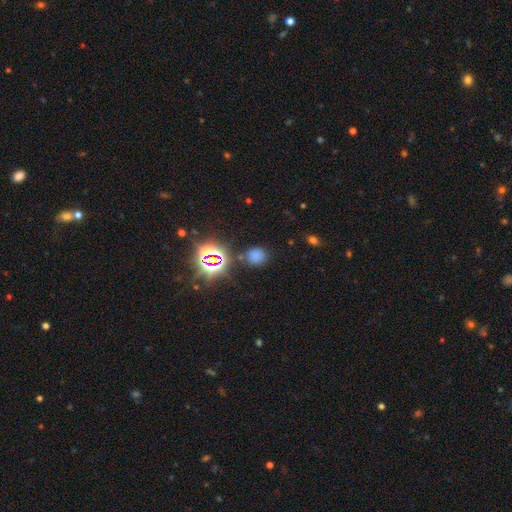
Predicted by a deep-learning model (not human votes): Smooth or featured?
  - smooth: 64% *
  - star or artifact: 29%
  - featured or disk: 6%
How rounded?
  - round: 73% *
  - in between: 25%
  - cigar-shaped: 1%
Merging?
  - none: 79% *
  - minor disturbance: 12%
  - major disturbance: 5%
  - merger: 4%